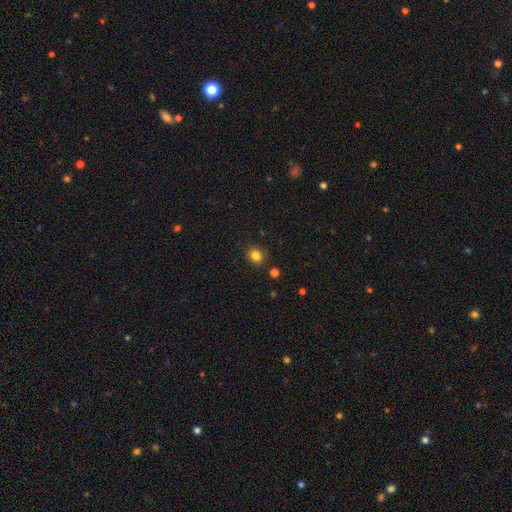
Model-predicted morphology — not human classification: A smooth galaxy with no disk features (83%) that is round (74%).

Vote fractions:
- Smooth or featured? smooth: 83% / star or artifact: 12% / featured or disk: 5%
- How rounded? round: 74% / in between: 25% / cigar-shaped: 1%
- Merging? none: 86% / minor disturbance: 9% / major disturbance: 2% / merger: 2%